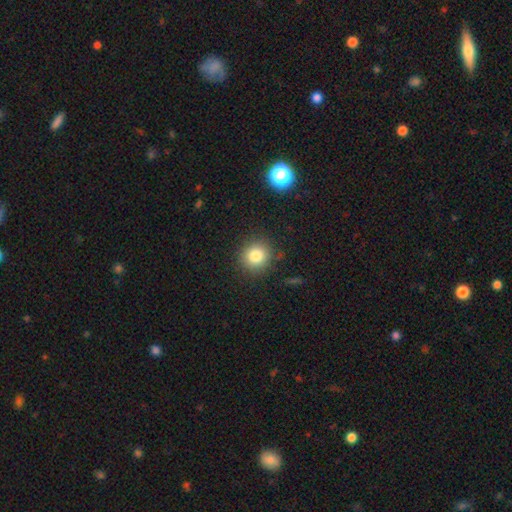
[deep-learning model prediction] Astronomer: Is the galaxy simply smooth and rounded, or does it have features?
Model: smooth — 82%.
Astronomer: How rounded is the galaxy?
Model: round — 90%.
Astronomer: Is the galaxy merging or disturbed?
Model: none — 87%.